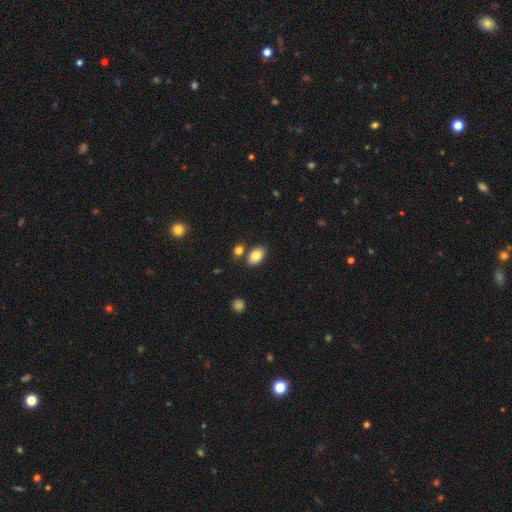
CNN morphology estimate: The model was most divided on "merging": none: 75%, merger: 12%, minor disturbance: 10%, major disturbance: 3%. More confident: how rounded — in between (91%); smooth or featured — smooth (83%).